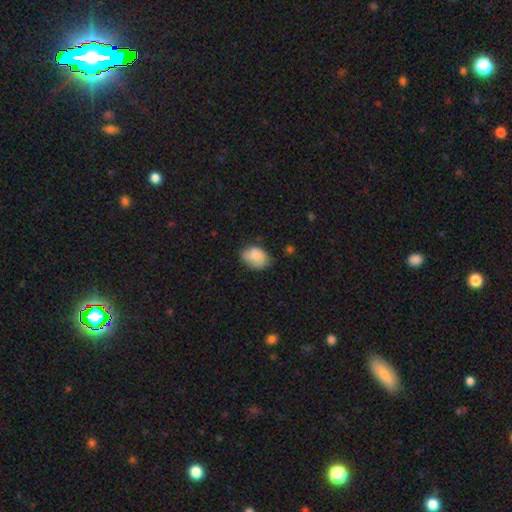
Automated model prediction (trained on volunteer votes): smooth-or-featured: smooth: 83% | featured or disk: 9% | star or artifact: 7%
  how-rounded: in between: 77% | round: 22% | cigar-shaped: 1%
  merging: none: 61% | minor disturbance: 31% | major disturbance: 7% | merger: 2%